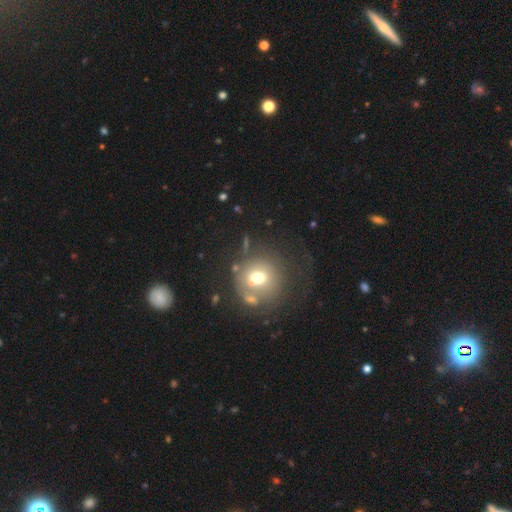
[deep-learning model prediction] Smooth or featured: smooth — 48% (featured or disk — 26%)
Merging: none — 69% (minor disturbance — 13%)